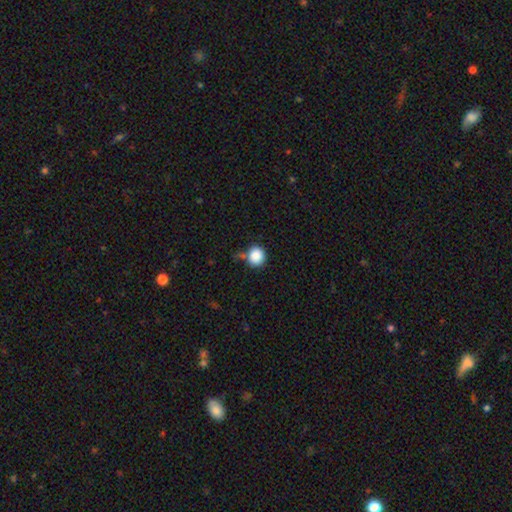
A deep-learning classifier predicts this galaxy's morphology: smooth-or-featured: smooth: 87% | star or artifact: 9% | featured or disk: 4%
  how-rounded: round: 88% | in between: 11% | cigar-shaped: 1%
  merging: none: 57% | minor disturbance: 25% | merger: 10% | major disturbance: 8%